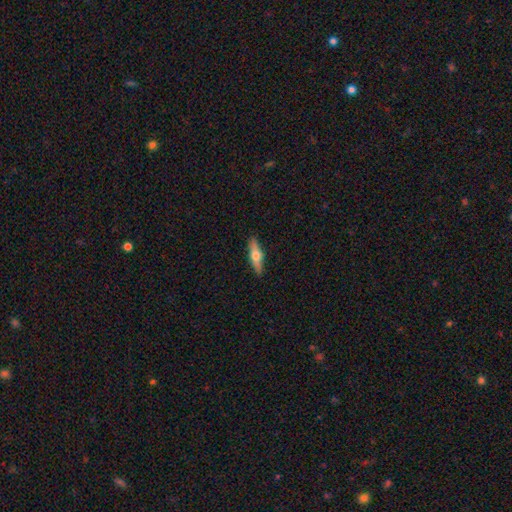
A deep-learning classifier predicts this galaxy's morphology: The model was most divided on "smooth or featured": smooth: 48%, featured or disk: 46%, star or artifact: 6%. More confident: merging — none (89%).